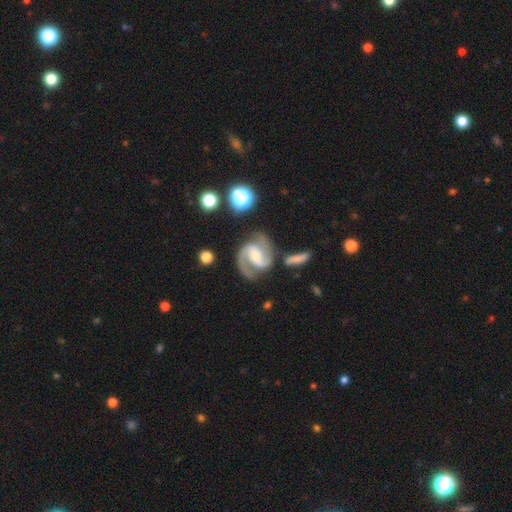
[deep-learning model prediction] Overall: featured or disk (90%). Edge-on disk: no (98%). Bar: weak (41%; strong 38%). Spiral arms: yes (98%). Spiral arm count: 2 (91%). Spiral winding: medium (62%; tight 22%). Bulge size: small (47%; moderate 40%). Merging: none (73%).